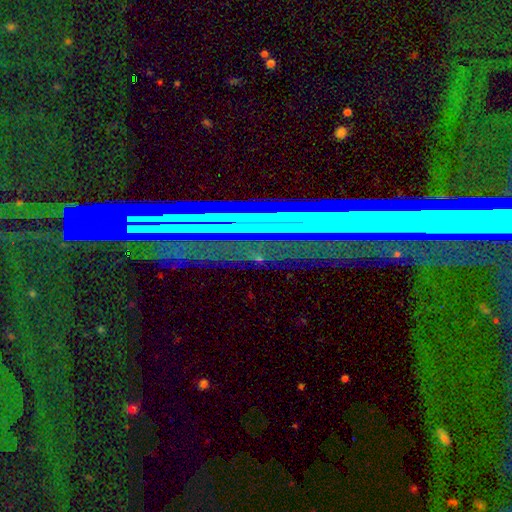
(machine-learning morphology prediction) Smooth or featured?
  - star or artifact: 60% *
  - featured or disk: 26%
  - smooth: 14%